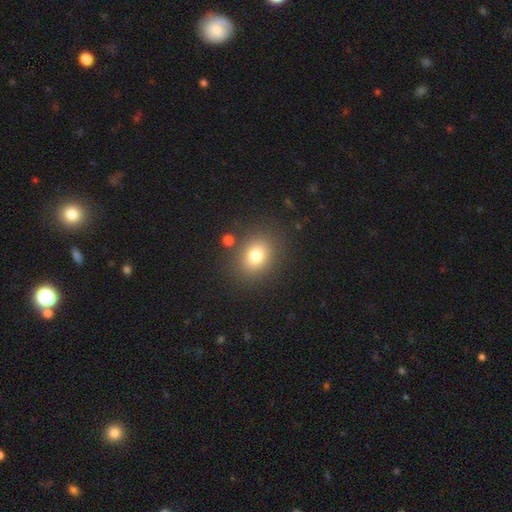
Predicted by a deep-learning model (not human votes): Smooth or featured? Predicted: smooth (p=0.78). How rounded? Predicted: in between (p=0.50). Merging? Predicted: none (p=0.83).